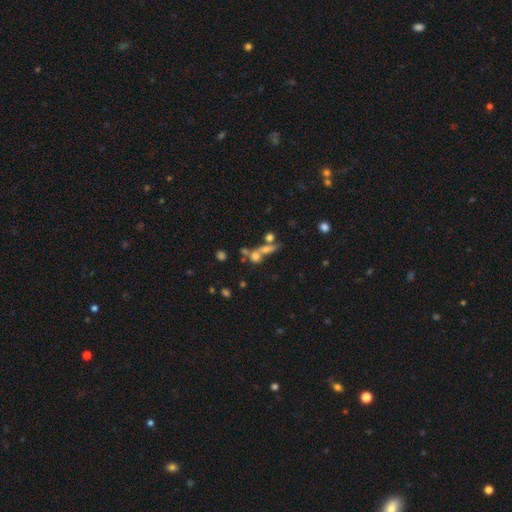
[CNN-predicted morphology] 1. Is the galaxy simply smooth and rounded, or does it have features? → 54% smooth, 27% featured or disk, 18% star or artifact.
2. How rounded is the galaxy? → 48% round, 34% in between, 17% cigar-shaped.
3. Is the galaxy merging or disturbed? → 48% merger, 32% none, 11% major disturbance, 9% minor disturbance.